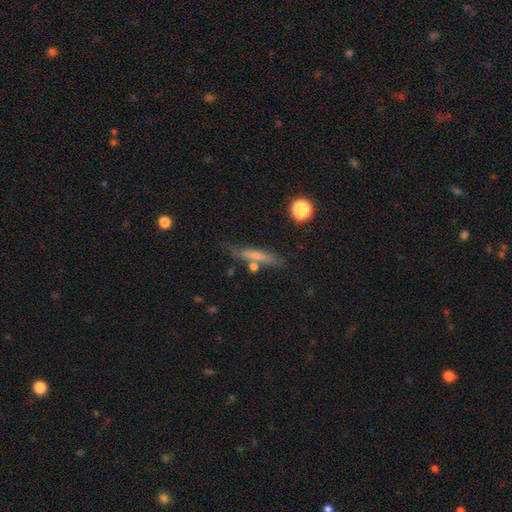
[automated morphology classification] The model was most divided on "smooth or featured": smooth: 52%, featured or disk: 39%, star or artifact: 10%. More confident: how rounded — cigar-shaped (87%); merging — none (73%).